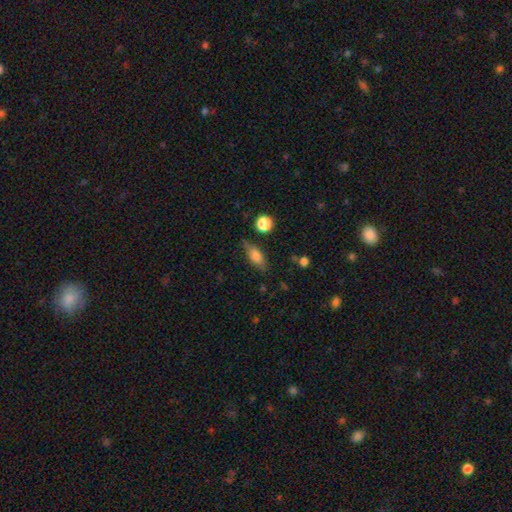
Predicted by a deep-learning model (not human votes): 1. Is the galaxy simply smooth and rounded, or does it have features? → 72% smooth, 19% featured or disk, 9% star or artifact.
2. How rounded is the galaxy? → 70% in between, 24% cigar-shaped, 6% round.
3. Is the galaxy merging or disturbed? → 71% none, 21% minor disturbance, 6% major disturbance, 3% merger.